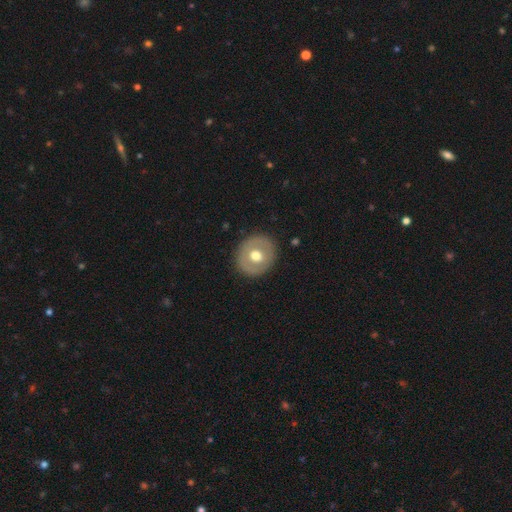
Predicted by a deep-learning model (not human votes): Smooth or featured? smooth (54%)
How rounded? round (85%)
Merging? none (88%)